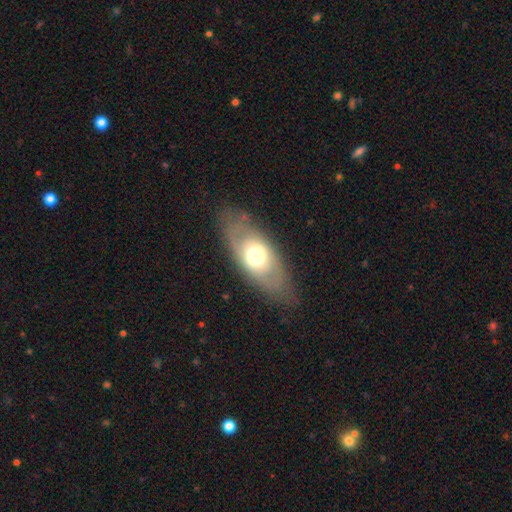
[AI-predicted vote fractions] Q: Smooth or featured?
A: smooth (50%); runner-up: featured or disk (42%)
Q: Merging?
A: none (75%); runner-up: minor disturbance (16%)